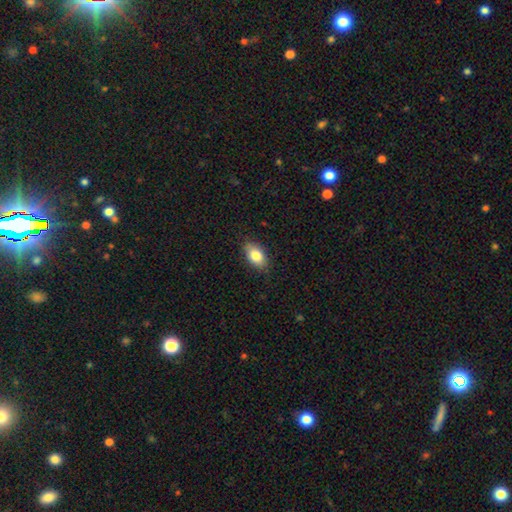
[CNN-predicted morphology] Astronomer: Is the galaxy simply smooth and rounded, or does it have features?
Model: smooth — 82%.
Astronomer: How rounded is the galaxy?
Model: in between — 88%.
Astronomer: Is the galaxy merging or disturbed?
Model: none — 83%.